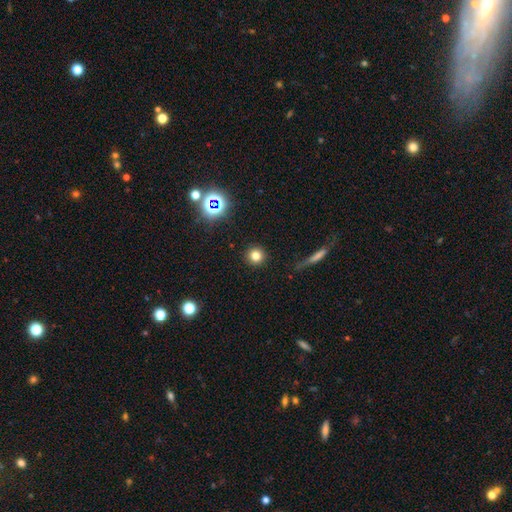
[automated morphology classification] This is likely a smooth galaxy (77%). How rounded: clearly round (94%). Merging: clearly none (91%).